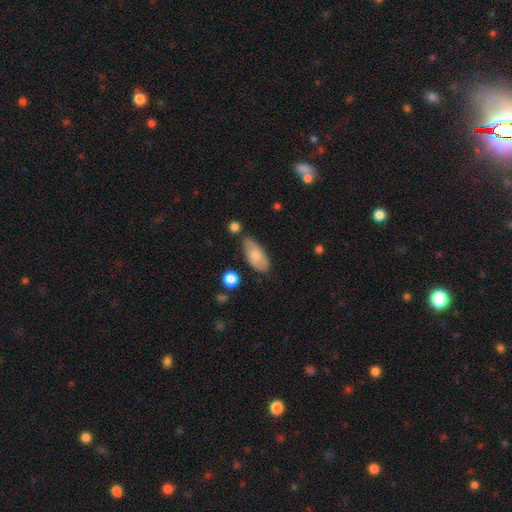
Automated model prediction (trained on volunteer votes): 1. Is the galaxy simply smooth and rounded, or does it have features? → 72% smooth, 22% featured or disk, 6% star or artifact.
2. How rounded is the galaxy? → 89% in between, 8% cigar-shaped, 3% round.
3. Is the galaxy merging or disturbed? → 66% none, 23% minor disturbance, 6% merger, 5% major disturbance.